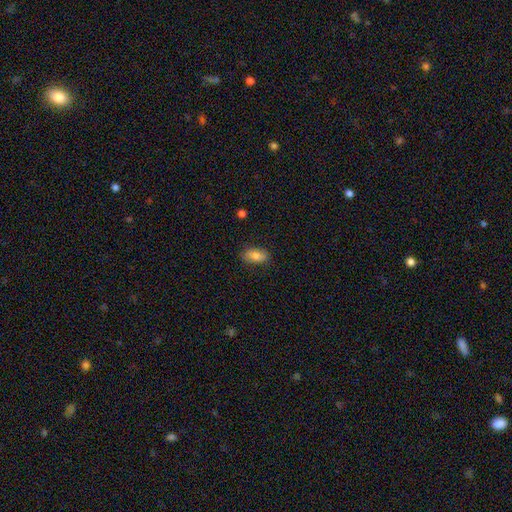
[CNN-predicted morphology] This is clearly a smooth galaxy (81%). How rounded: clearly in between (91%). Merging: clearly none (83%).